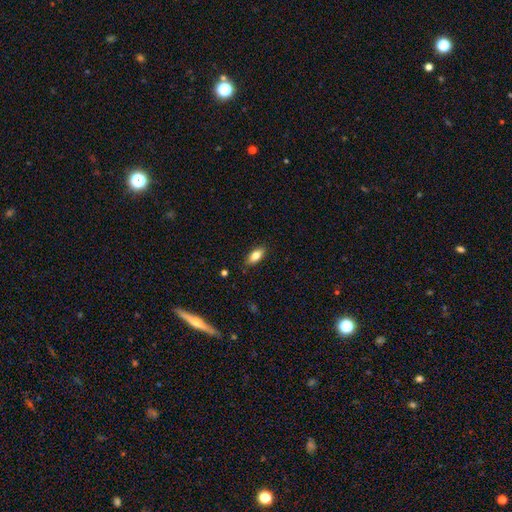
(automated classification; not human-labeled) Overall: smooth (81%). How rounded: in between (85%). Merging: none (85%).